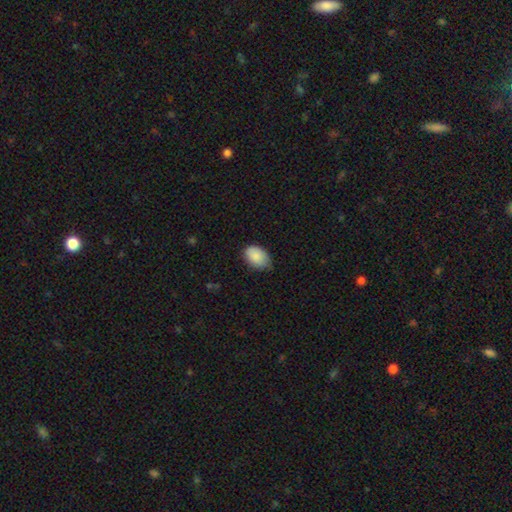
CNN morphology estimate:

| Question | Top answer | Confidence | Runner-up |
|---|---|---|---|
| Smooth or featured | smooth | 87% | star or artifact (7%) |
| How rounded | in between | 85% | round (14%) |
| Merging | none | 62% | minor disturbance (32%) |